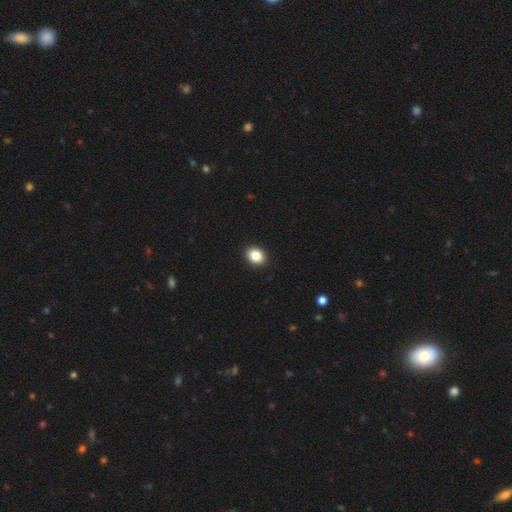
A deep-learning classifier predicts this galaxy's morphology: Smooth or featured?
  - smooth: 85% *
  - star or artifact: 10%
  - featured or disk: 5%
How rounded?
  - round: 56% *
  - in between: 43%
  - cigar-shaped: 1%
Merging?
  - none: 92% *
  - minor disturbance: 5%
  - major disturbance: 2%
  - merger: 1%